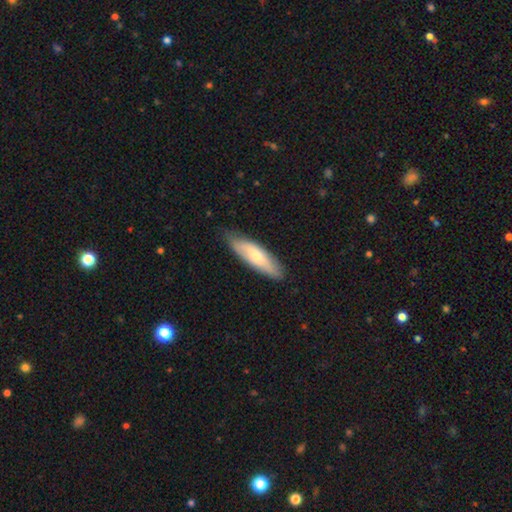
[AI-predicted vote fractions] smooth_or_featured: smooth (p=0.59) [alt: featured or disk p=0.35]
how_rounded: cigar-shaped (p=0.52) [alt: in between p=0.46]
merging: none (p=0.80) [alt: minor disturbance p=0.17]